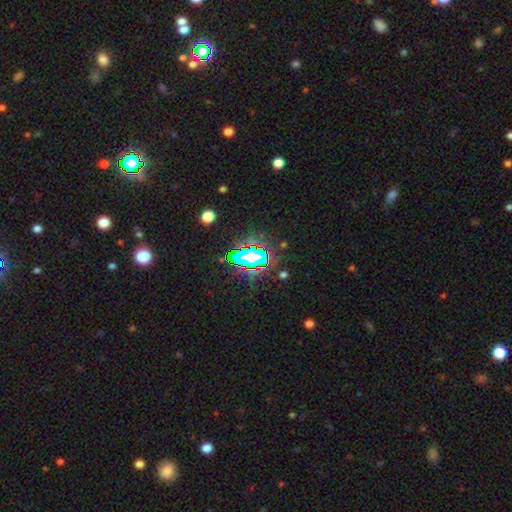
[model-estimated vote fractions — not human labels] smooth_or_featured: star or artifact (p=0.69) [alt: smooth p=0.19]